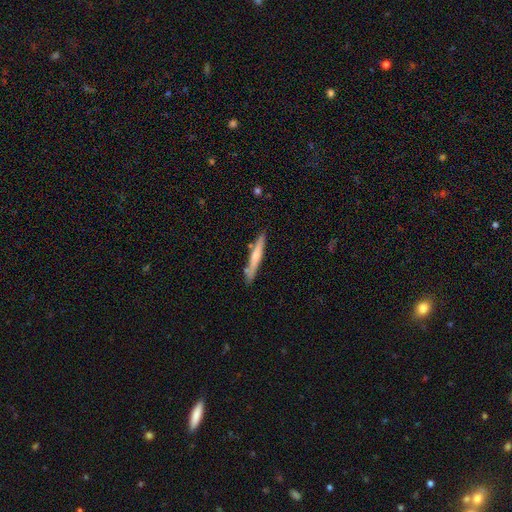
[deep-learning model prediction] Smooth or featured? smooth (57%)
How rounded? cigar-shaped (95%)
Merging? none (81%)